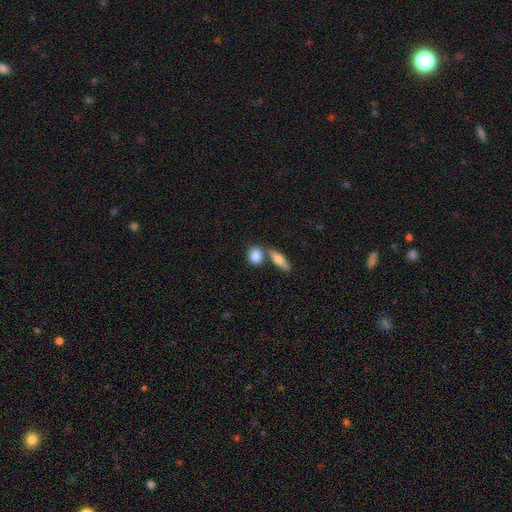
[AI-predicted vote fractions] A smooth galaxy with no disk features (86%) that is round (50%). Merging: none (57%).